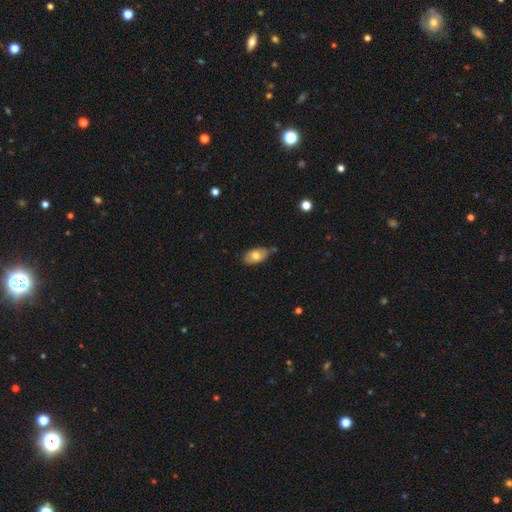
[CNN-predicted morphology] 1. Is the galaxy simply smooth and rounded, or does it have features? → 74% smooth, 19% featured or disk, 8% star or artifact.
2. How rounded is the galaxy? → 92% in between, 6% round, 3% cigar-shaped.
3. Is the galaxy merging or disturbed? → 68% none, 23% minor disturbance, 5% merger, 3% major disturbance.